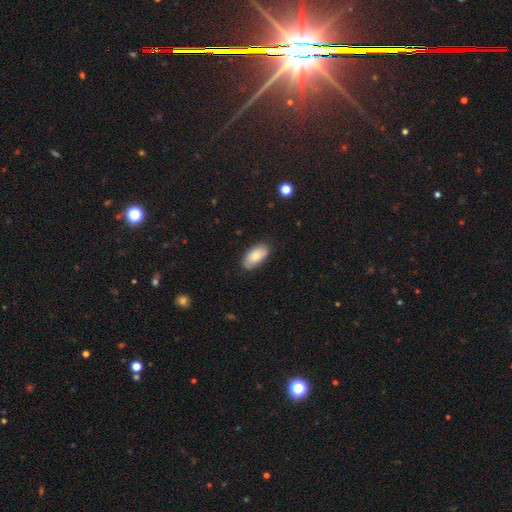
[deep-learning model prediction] smooth 81%, featured or disk 12%, star or artifact 6%. Down the decision tree: how rounded — in between (94%); merging — none (79%).